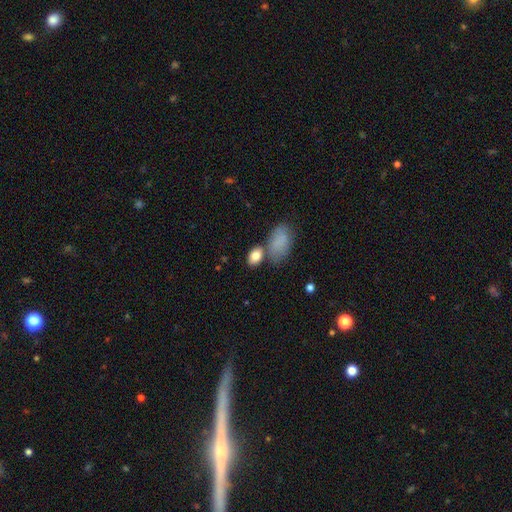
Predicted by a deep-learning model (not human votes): Morphology: type=smooth (84%); roundness=in between (88%); merging=none (62%).